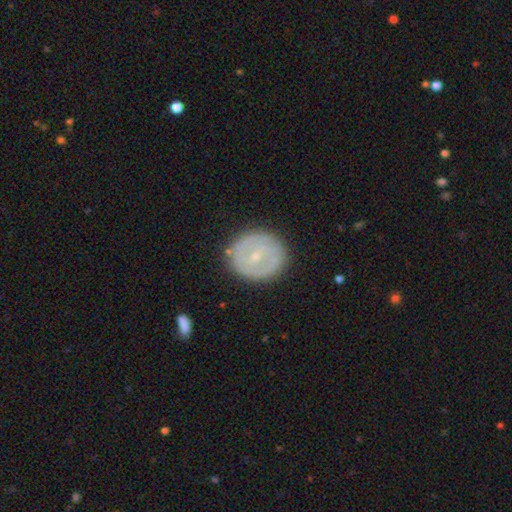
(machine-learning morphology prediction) A featured or disk galaxy (53%) with no bar (45%), no spiral arms (67%) and a small central bulge (73%).

Vote fractions:
- Smooth or featured? featured or disk: 53% / smooth: 40% / star or artifact: 7%
- Edge-on disk? no: 95% / yes: 5%
- Bar? no: 45% / weak: 40% / strong: 15%
- Spiral arms? no: 67% / yes: 33%
- Bulge size? small: 73% / moderate: 22% / none: 3% / large: 1% / dominant: 1%
- Merging? none: 84% / minor disturbance: 11% / major disturbance: 3% / merger: 1%